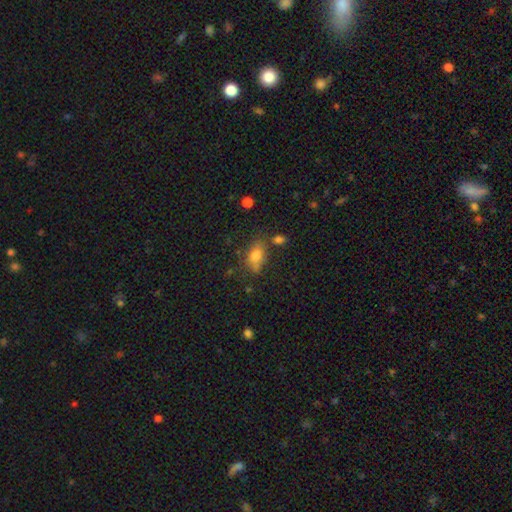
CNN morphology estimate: A smooth galaxy with no disk features (75%) that is in between round and cigar-shaped (82%).

Vote fractions:
- Smooth or featured? smooth: 75% / featured or disk: 14% / star or artifact: 11%
- How rounded? in between: 82% / round: 12% / cigar-shaped: 6%
- Merging? none: 61% / minor disturbance: 22% / merger: 10% / major disturbance: 8%